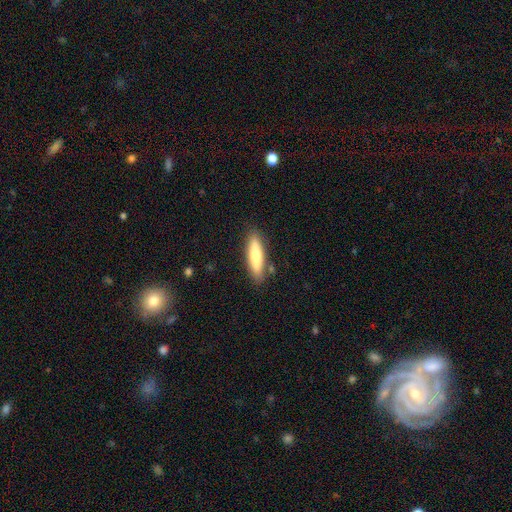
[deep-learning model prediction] smooth_or_featured: smooth (p=0.71) [alt: featured or disk p=0.23]
how_rounded: cigar-shaped (p=0.74) [alt: in between p=0.25]
merging: none (p=0.84) [alt: minor disturbance p=0.11]